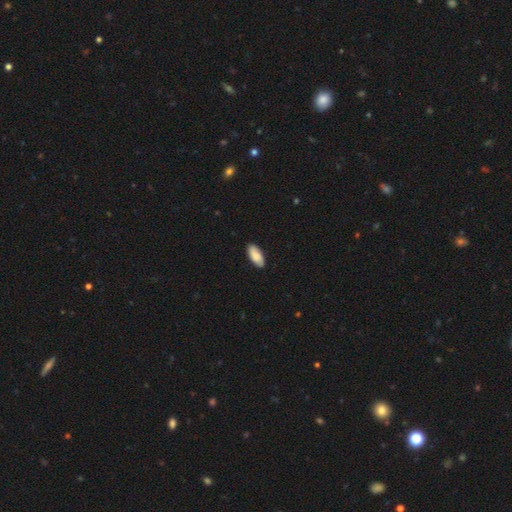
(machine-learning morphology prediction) A smooth galaxy with no disk features (86%) that is in between round and cigar-shaped (88%). Merging: none (87%).